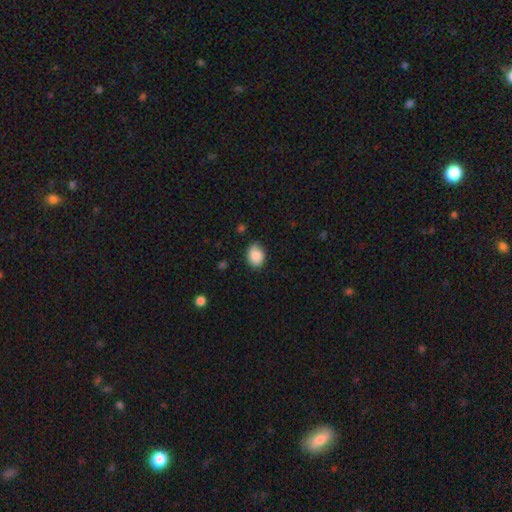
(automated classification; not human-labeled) This is clearly a smooth galaxy (83%). How rounded: likely in between (63%). Merging: likely none (72%).